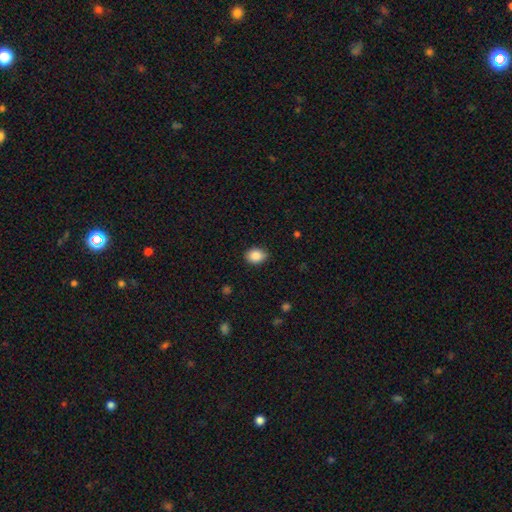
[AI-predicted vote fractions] Smooth or featured? smooth (88%)
How rounded? in between (58%)
Merging? none (84%)